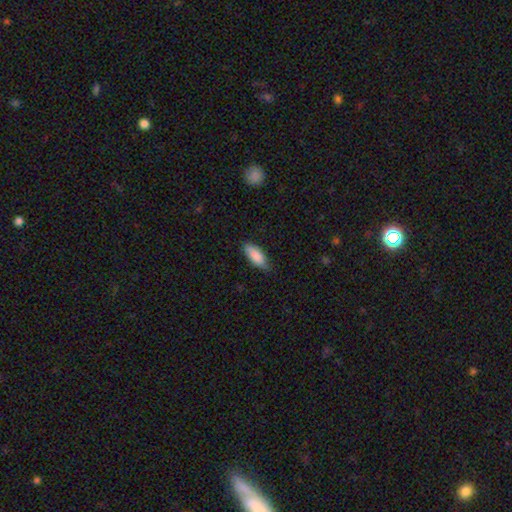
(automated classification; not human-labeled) A smooth galaxy with no disk features (87%) that is in between round and cigar-shaped (76%).

Vote fractions:
- Smooth or featured? smooth: 87% / featured or disk: 8% / star or artifact: 6%
- How rounded? in between: 76% / cigar-shaped: 22% / round: 2%
- Merging? none: 79% / minor disturbance: 17% / major disturbance: 3% / merger: 1%